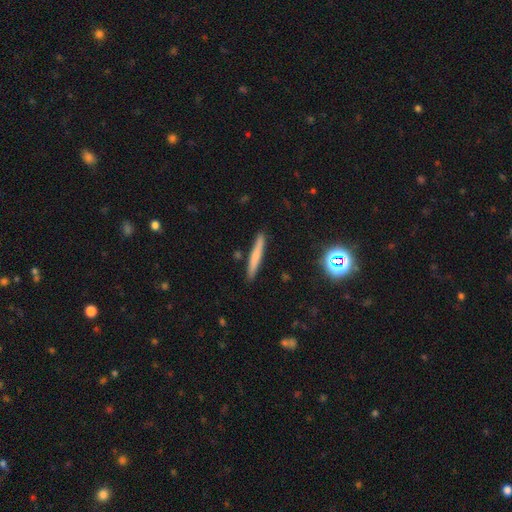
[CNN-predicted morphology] Smooth or featured? smooth (65%)
How rounded? cigar-shaped (95%)
Merging? none (89%)